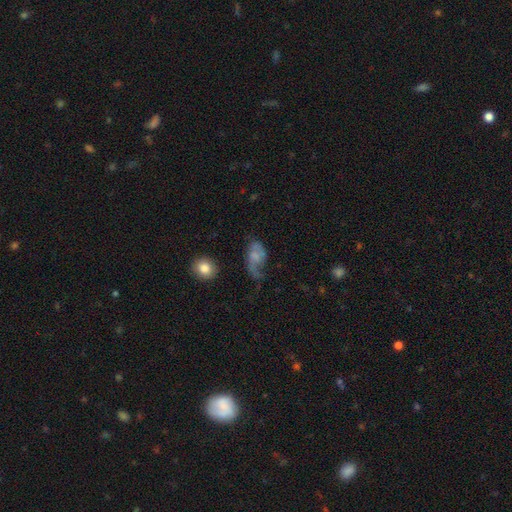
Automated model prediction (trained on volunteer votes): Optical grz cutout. It shows a featured or disk galaxy (47%). Merging: major disturbance (36%).